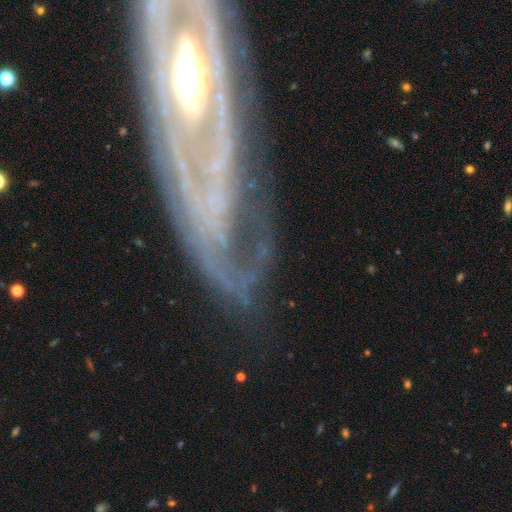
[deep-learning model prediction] This appears to be a featured or disk galaxy (80%) with no bar (56%), 2 (35%) tight (52%) spiral arms (78%) and a moderate central bulge (42%). Merging: none (63%).